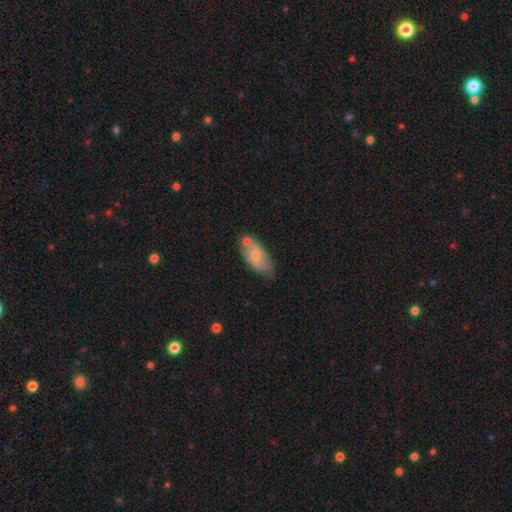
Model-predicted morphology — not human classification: smooth-or-featured: smooth: 59% | featured or disk: 34% | star or artifact: 6%
  how-rounded: in between: 88% | cigar-shaped: 8% | round: 4%
  merging: none: 54% | minor disturbance: 24% | merger: 16% | major disturbance: 6%